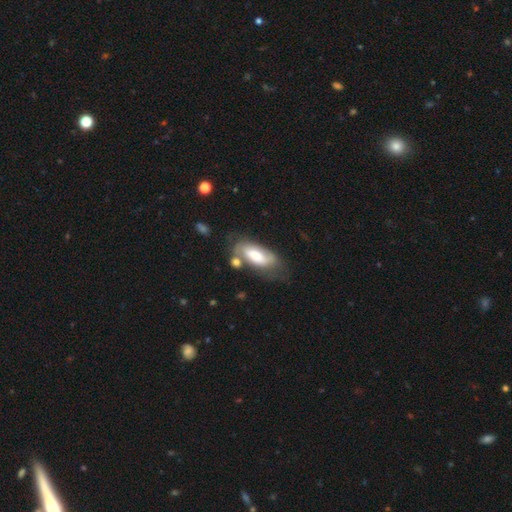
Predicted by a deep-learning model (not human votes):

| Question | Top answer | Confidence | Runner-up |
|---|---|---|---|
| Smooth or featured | smooth | 56% | featured or disk (37%) |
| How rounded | in between | 83% | cigar-shaped (15%) |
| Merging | none | 46% | minor disturbance (25%) |